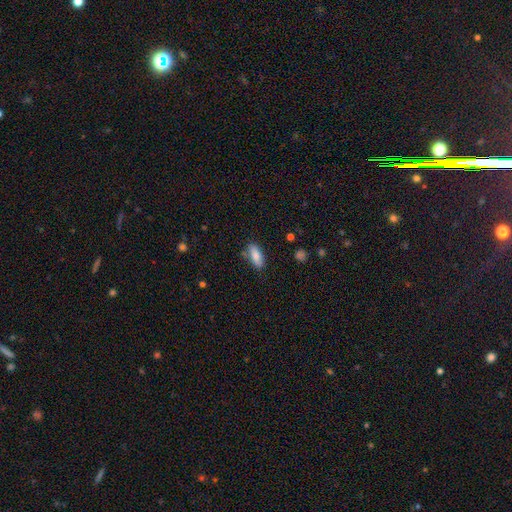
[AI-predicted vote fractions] smooth_or_featured: smooth (p=0.84) [alt: featured or disk p=0.09]
how_rounded: in between (p=0.82) [alt: cigar-shaped p=0.16]
merging: none (p=0.77) [alt: minor disturbance p=0.16]